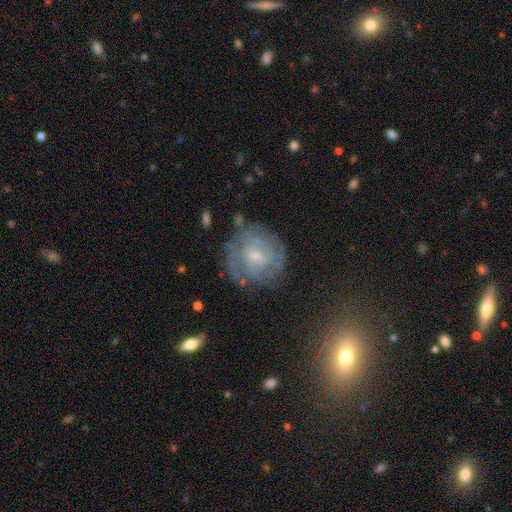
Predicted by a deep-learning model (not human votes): A featured or disk galaxy (71%) with a weak bar (47%), tight (64%) spiral arms (78%) and a small central bulge (52%).

Vote fractions:
- Smooth or featured? featured or disk: 71% / smooth: 20% / star or artifact: 9%
- Edge-on disk? no: 97% / yes: 3%
- Bar? weak: 47% / no: 46% / strong: 8%
- Spiral arms? yes: 78% / no: 22%
- Spiral winding? tight: 64% / medium: 27% / loose: 9%
- Spiral arm count? can't tell: 58% / 2: 15% / 3: 11% / 4: 8% / 1: 5% / more than 4: 4%
- Bulge size? small: 52% / moderate: 37% / none: 8% / large: 3% / dominant: 1%
- Merging? none: 68% / minor disturbance: 19% / major disturbance: 11% / merger: 2%